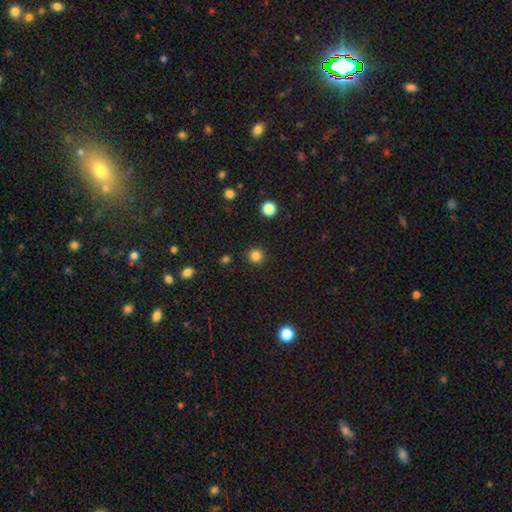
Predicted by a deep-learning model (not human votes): A smooth galaxy with no disk features (83%) that is round (94%). Merging: none (91%).